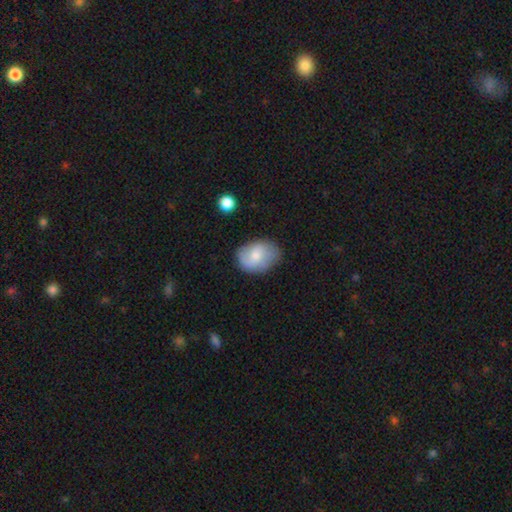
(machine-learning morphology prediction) type=smooth (58%); roundness=in between (68%); merging=none (71%).